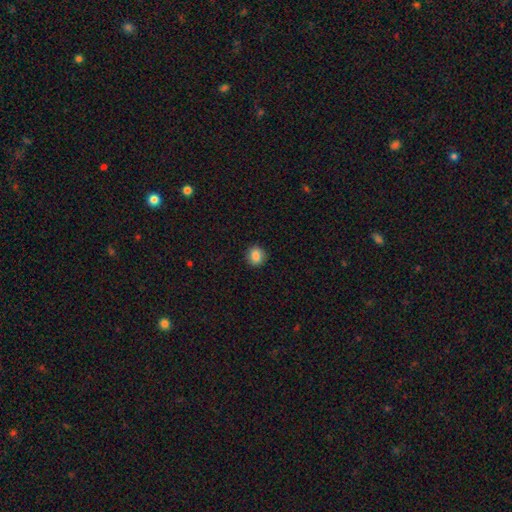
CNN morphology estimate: This is clearly a smooth galaxy (85%). How rounded: likely round (80%). Merging: clearly none (90%).